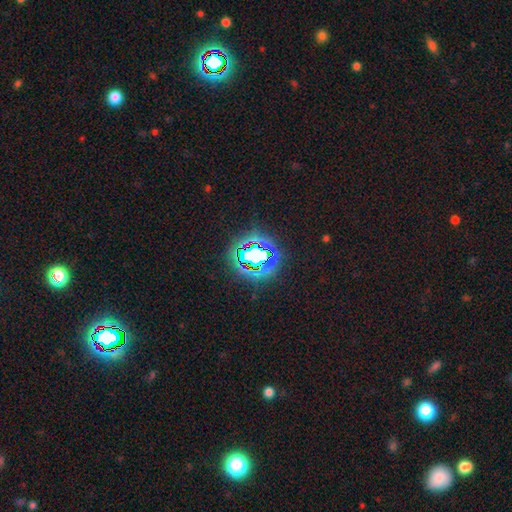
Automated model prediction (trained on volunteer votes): The model was most divided on "smooth or featured": star or artifact: 68%, smooth: 21%, featured or disk: 11%.